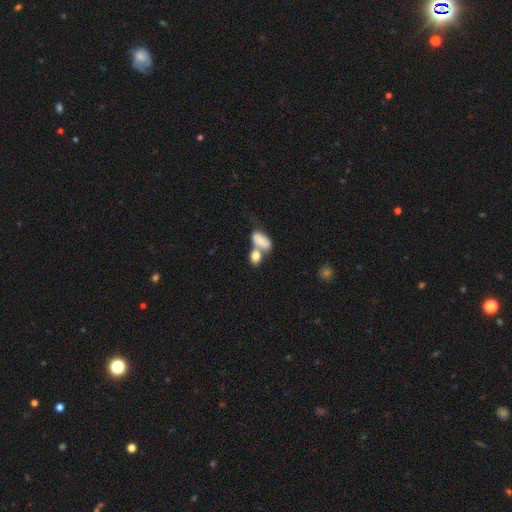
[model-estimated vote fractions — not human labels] Smooth or featured: smooth — 77% (featured or disk — 15%)
How rounded: in between — 78% (round — 19%)
Merging: merger — 59% (none — 27%)